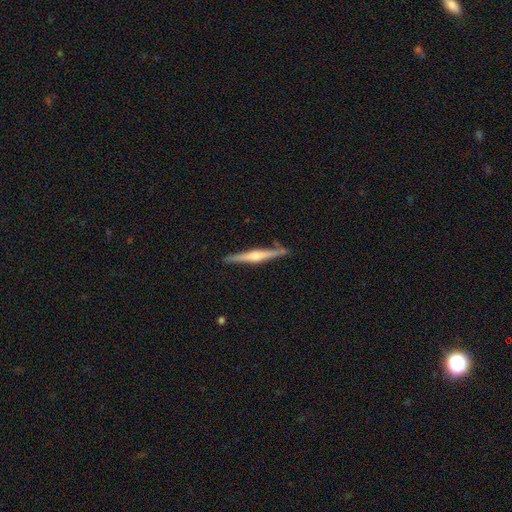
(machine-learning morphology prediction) This appears to be a featured or disk galaxy (75%) viewed edge-on (98%) with a rounded central bulge (82%). Merging: none (87%).